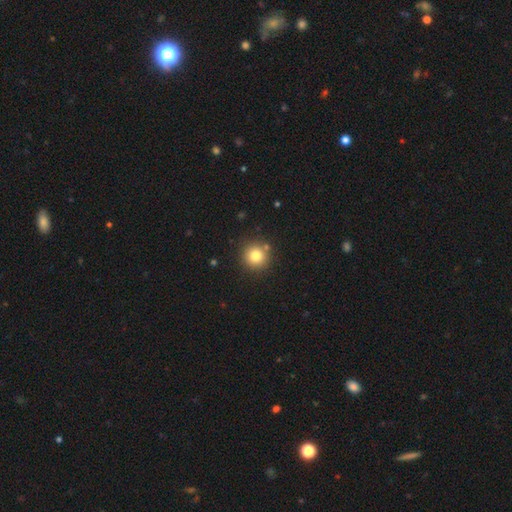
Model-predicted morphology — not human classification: A smooth galaxy with no disk features (80%) that is round (94%). Merging: none (85%).